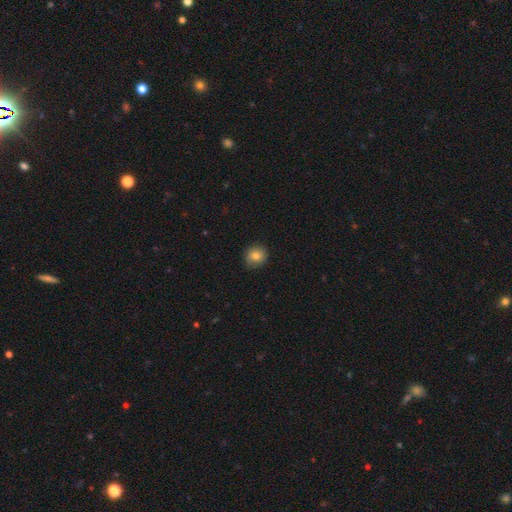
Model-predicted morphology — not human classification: Smooth or featured: smooth — 80% (star or artifact — 10%)
How rounded: round — 86% (in between — 13%)
Merging: none — 87% (minor disturbance — 10%)